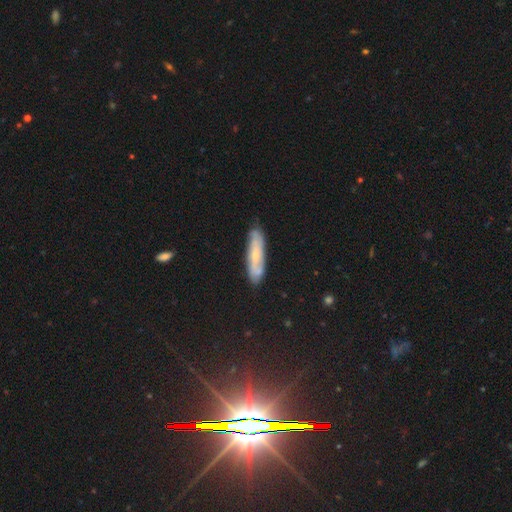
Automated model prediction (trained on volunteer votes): featured or disk 52%, smooth 40%, star or artifact 8%. Down the decision tree: edge-on disk — no (59%); merging — none (79%).